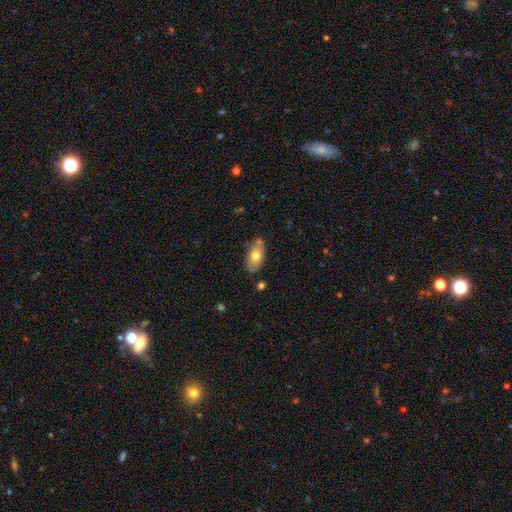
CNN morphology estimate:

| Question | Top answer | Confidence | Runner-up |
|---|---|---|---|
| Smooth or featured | smooth | 69% | featured or disk (24%) |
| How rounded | in between | 91% | round (5%) |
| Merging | none | 72% | minor disturbance (17%) |